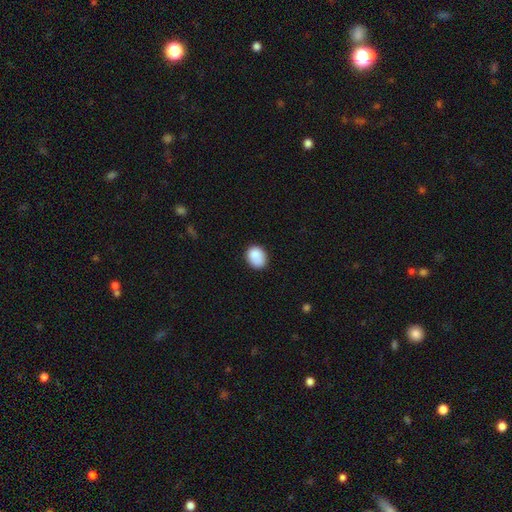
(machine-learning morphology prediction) Smooth or featured? Predicted: smooth (p=0.87). How rounded? Predicted: in between (p=0.51). Merging? Predicted: none (p=0.76).